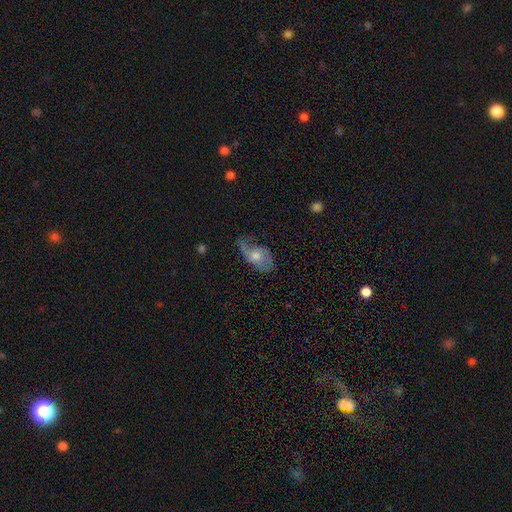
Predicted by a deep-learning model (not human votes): Overall: featured or disk (61%; smooth 30%). Edge-on disk: no (92%). Bar: no (74%). Spiral arms: yes (79%). Bulge size: moderate (59%; small 33%). Merging: none (47%; minor disturbance 30%).